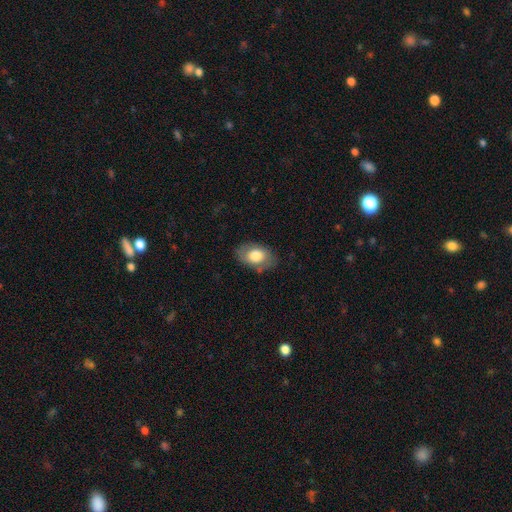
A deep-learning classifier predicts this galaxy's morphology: Overall: smooth (73%). How rounded: in between (88%). Merging: none (75%).